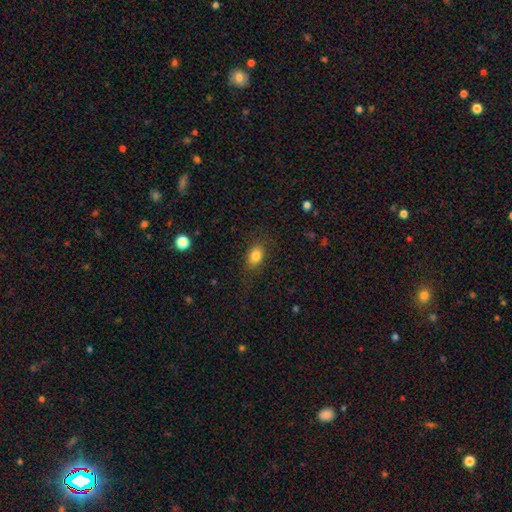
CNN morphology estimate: Smooth or featured: smooth — 82% (star or artifact — 10%)
How rounded: in between — 75% (round — 23%)
Merging: none — 79% (minor disturbance — 14%)